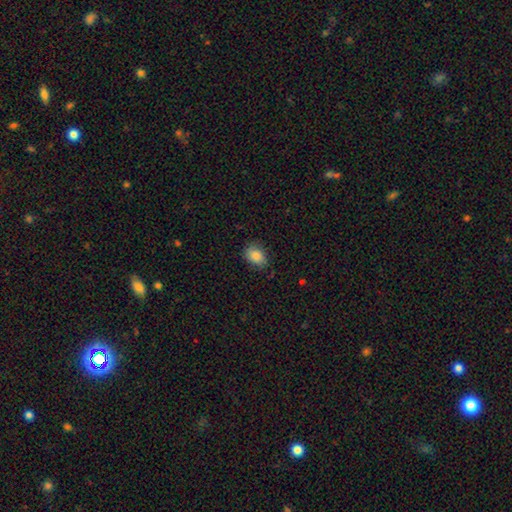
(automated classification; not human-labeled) smooth-or-featured: smooth: 86% | star or artifact: 8% | featured or disk: 6%
  how-rounded: in between: 75% | round: 24% | cigar-shaped: 1%
  merging: none: 79% | minor disturbance: 17% | major disturbance: 3% | merger: 1%